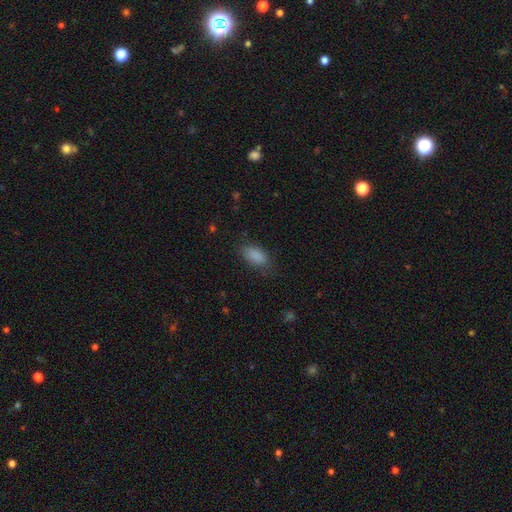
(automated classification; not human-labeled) Smooth or featured? Predicted: smooth (p=0.88). How rounded? Predicted: in between (p=0.92). Merging? Predicted: none (p=0.79).